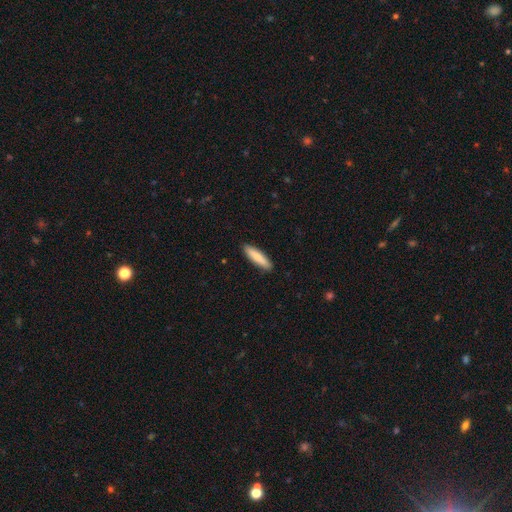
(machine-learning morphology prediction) Smooth or featured? Predicted: smooth (p=0.81). How rounded? Predicted: cigar-shaped (p=0.77). Merging? Predicted: none (p=0.91).